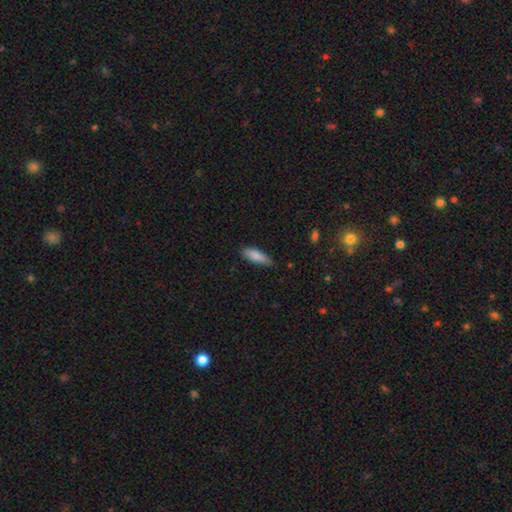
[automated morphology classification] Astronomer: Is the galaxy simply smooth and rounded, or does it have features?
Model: smooth — 85%.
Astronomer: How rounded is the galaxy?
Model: in between — 54% (runner-up: cigar-shaped, 45%).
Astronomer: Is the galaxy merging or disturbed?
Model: none — 73%.